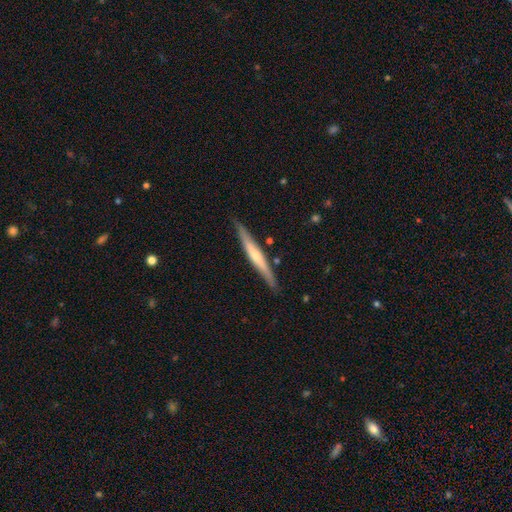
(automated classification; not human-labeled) A featured or disk galaxy (59%) viewed edge-on (95%) with a rounded central bulge (56%).

Vote fractions:
- Smooth or featured? featured or disk: 59% / smooth: 36% / star or artifact: 5%
- Edge-on disk? yes: 95% / no: 5%
- Edge-on bulge? rounded: 56% / none: 36% / boxy: 8%
- Merging? none: 86% / minor disturbance: 10% / merger: 2% / major disturbance: 2%